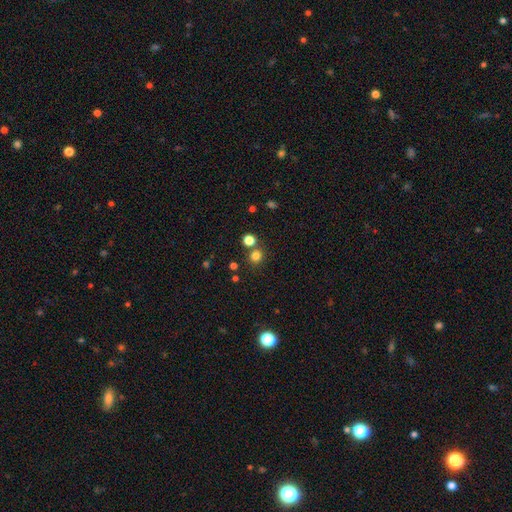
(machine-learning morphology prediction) A smooth galaxy with no disk features (78%) that is round (91%). Merging: none (74%).